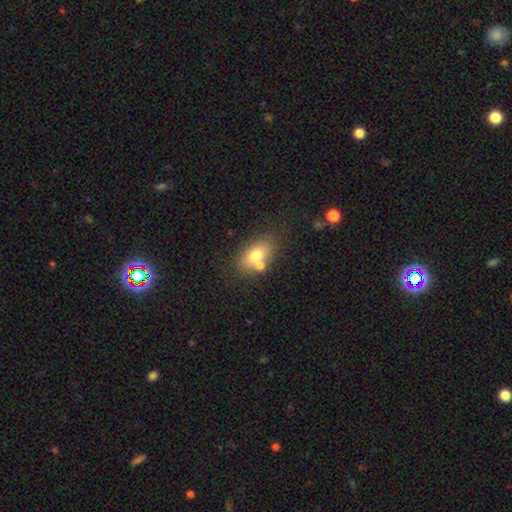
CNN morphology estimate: smooth-or-featured: smooth: 72% | featured or disk: 18% | star or artifact: 10%
  how-rounded: in between: 85% | round: 12% | cigar-shaped: 3%
  merging: none: 62% | merger: 20% | minor disturbance: 14% | major disturbance: 4%